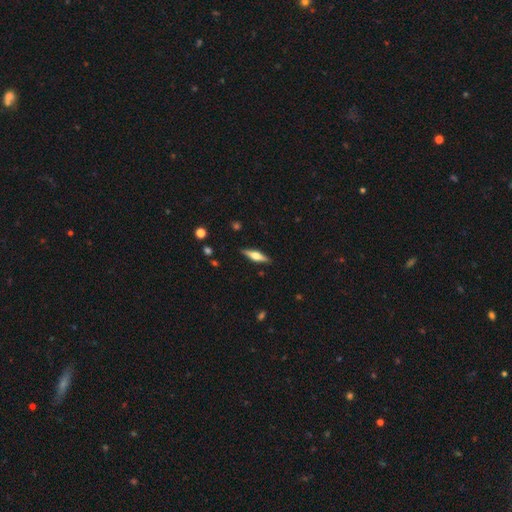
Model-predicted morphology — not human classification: A featured or disk galaxy (57%) viewed edge-on (96%) with a rounded central bulge (89%). Merging: none (89%).